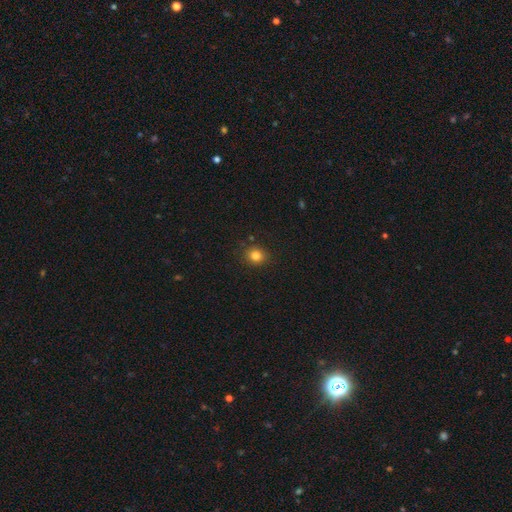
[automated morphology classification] This is clearly a smooth galaxy (82%). How rounded: likely round (80%). Merging: clearly none (88%).